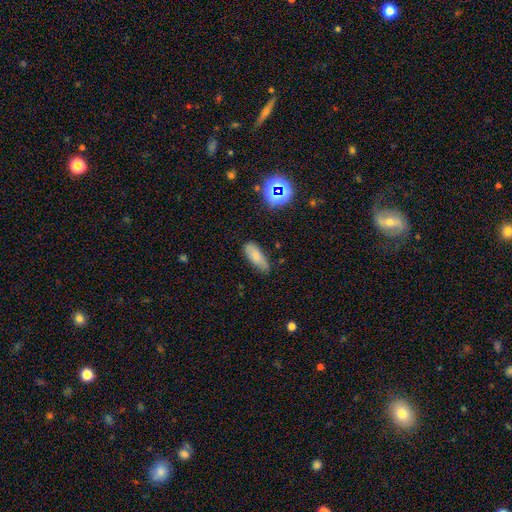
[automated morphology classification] Smooth or featured?
  - smooth: 77% *
  - featured or disk: 13%
  - star or artifact: 10%
How rounded?
  - in between: 72% *
  - cigar-shaped: 25%
  - round: 3%
Merging?
  - none: 71% *
  - minor disturbance: 23%
  - major disturbance: 4%
  - merger: 2%